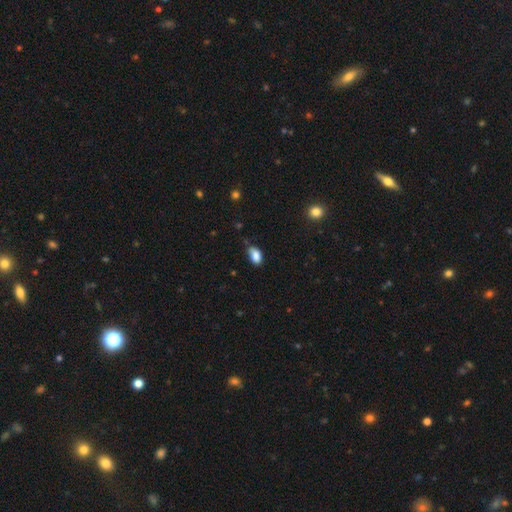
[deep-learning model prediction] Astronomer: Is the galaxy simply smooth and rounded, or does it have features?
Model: smooth — 86%.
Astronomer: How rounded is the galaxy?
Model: in between — 91%.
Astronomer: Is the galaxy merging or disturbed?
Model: none — 59%.